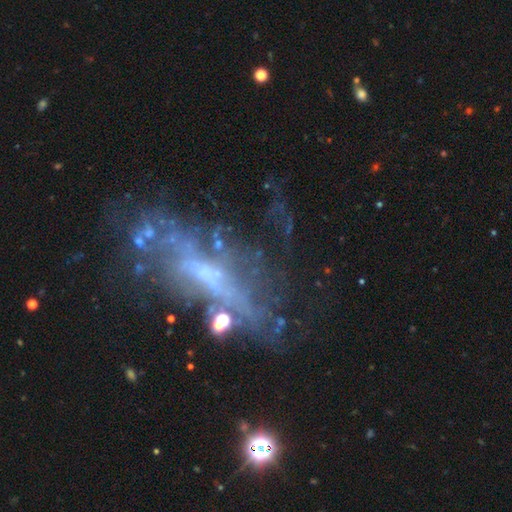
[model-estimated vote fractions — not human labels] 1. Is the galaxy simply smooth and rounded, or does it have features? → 70% featured or disk, 16% smooth, 14% star or artifact.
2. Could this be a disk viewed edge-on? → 74% no, 26% yes.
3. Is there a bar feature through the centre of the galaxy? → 58% no, 29% weak, 13% strong.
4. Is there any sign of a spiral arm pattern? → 54% no, 46% yes.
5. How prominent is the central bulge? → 49% small, 27% none, 20% moderate, 3% large, 1% dominant.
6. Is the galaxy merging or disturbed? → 53% none, 20% major disturbance, 20% minor disturbance, 6% merger.